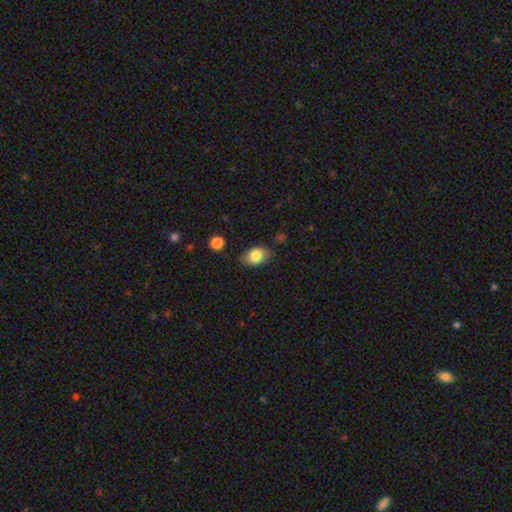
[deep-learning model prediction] A smooth galaxy with no disk features (81%) that is in between round and cigar-shaped (78%).

Vote fractions:
- Smooth or featured? smooth: 81% / featured or disk: 11% / star or artifact: 8%
- How rounded? in between: 78% / round: 21% / cigar-shaped: 1%
- Merging? none: 78% / minor disturbance: 17% / major disturbance: 3% / merger: 2%